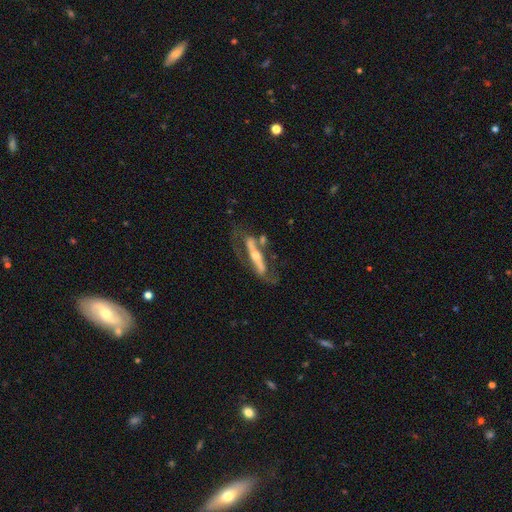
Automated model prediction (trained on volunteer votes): The model was most divided on "edge-on disk" (2-way tie): yes: 50%, no: 50%. Remaining: smooth or featured — featured or disk (76%); merging — none (46%).